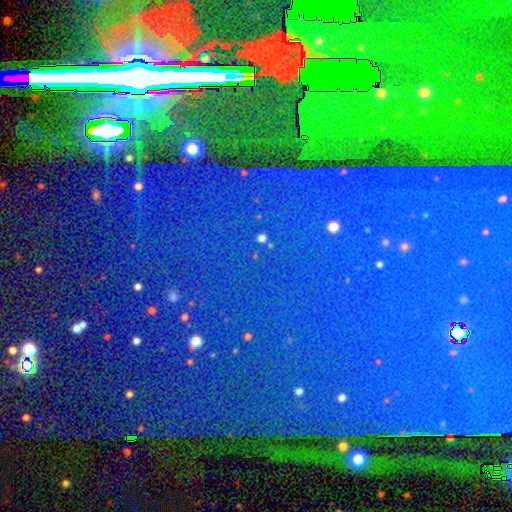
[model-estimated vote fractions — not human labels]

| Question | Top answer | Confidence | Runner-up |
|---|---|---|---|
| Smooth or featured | star or artifact | 84% | featured or disk (8%) |